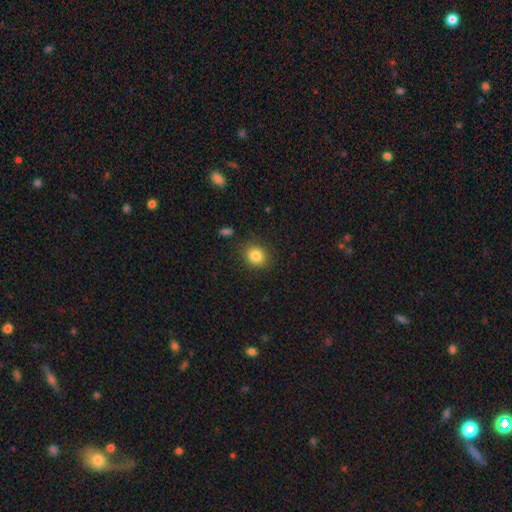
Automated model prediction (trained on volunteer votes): smooth 84%, star or artifact 10%, featured or disk 6%. Down the decision tree: how rounded — round (72%); merging — none (87%).